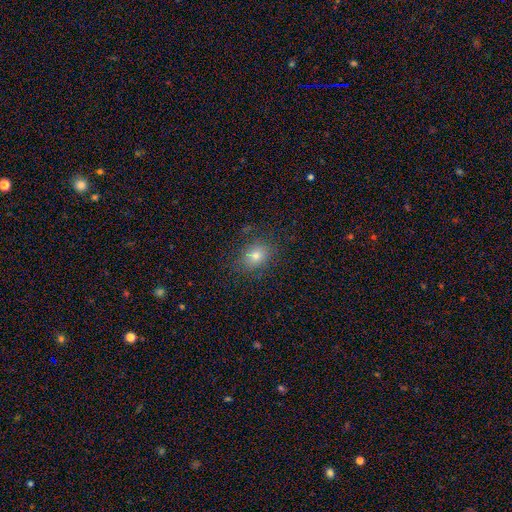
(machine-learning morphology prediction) This appears to be a smooth galaxy with no disk features (75%) that is in between round and cigar-shaped (51%). Merging: none (80%).